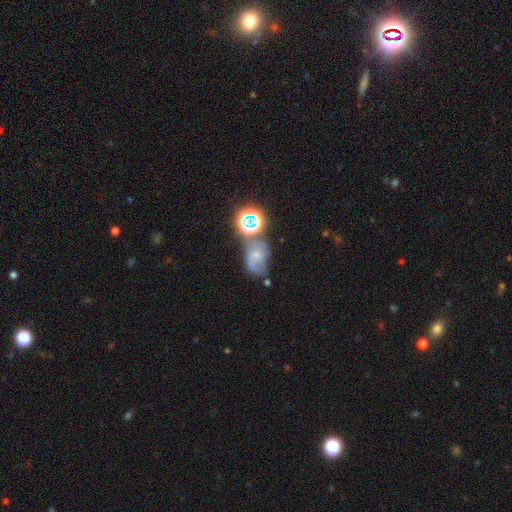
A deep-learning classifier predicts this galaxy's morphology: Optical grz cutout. It shows a featured or disk galaxy (38%). Merging: none (38%).